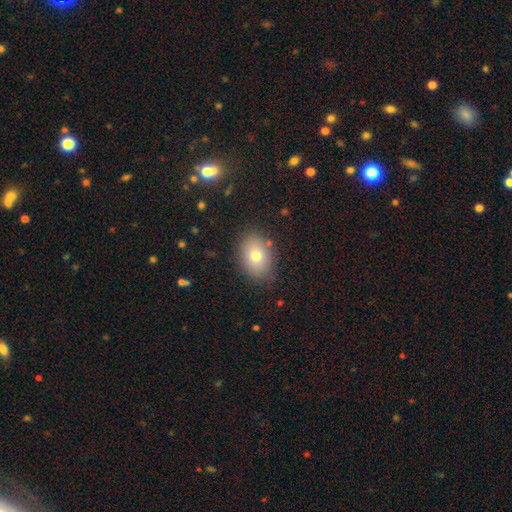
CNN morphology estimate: A smooth galaxy with no disk features (76%) that is in between round and cigar-shaped (66%). Merging: none (84%).